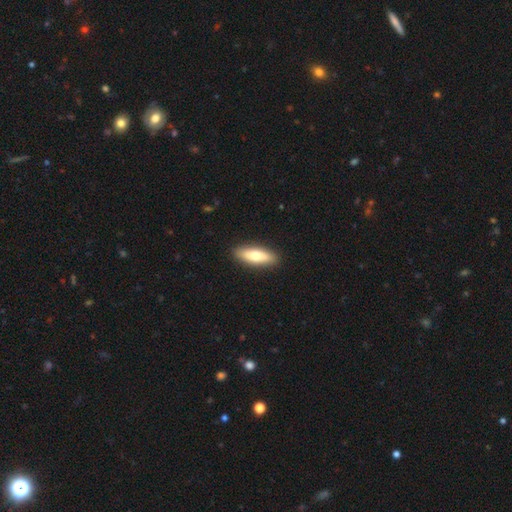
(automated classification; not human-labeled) Smooth or featured? smooth (69%)
How rounded? in between (55%)
Merging? none (90%)